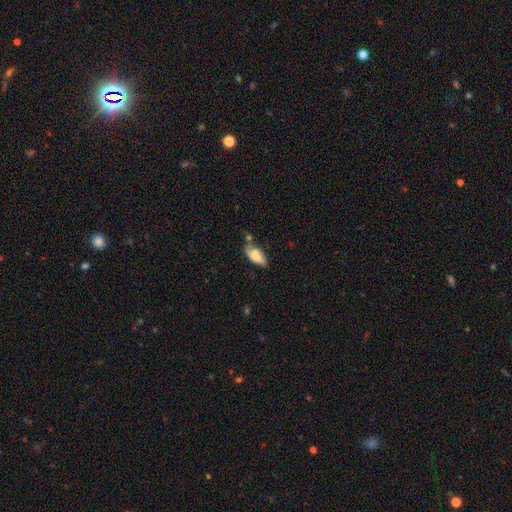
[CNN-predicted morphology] A smooth galaxy with no disk features (75%) that is in between round and cigar-shaped (89%).

Vote fractions:
- Smooth or featured? smooth: 75% / featured or disk: 18% / star or artifact: 7%
- How rounded? in between: 89% / cigar-shaped: 8% / round: 3%
- Merging? none: 42% / minor disturbance: 32% / merger: 14% / major disturbance: 11%